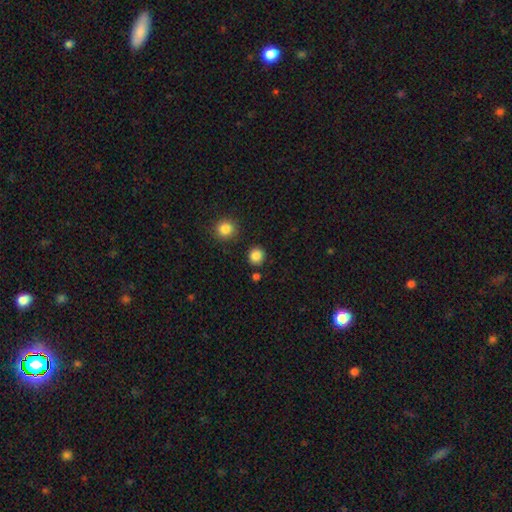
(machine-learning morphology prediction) Overall: smooth (86%). How rounded: round (89%). Merging: none (87%).